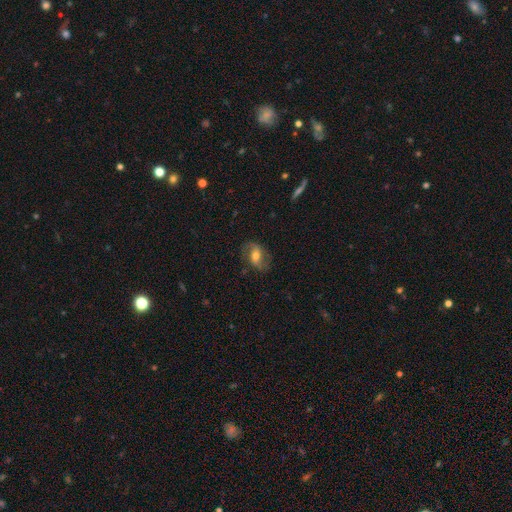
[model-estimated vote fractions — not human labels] The model was most divided on "bar": weak: 39%, no: 37%, strong: 25%. More confident: edge-on disk — no (94%); spiral arms — yes (79%); merging — none (73%); bulge size — moderate (63%); smooth or featured — featured or disk (53%).